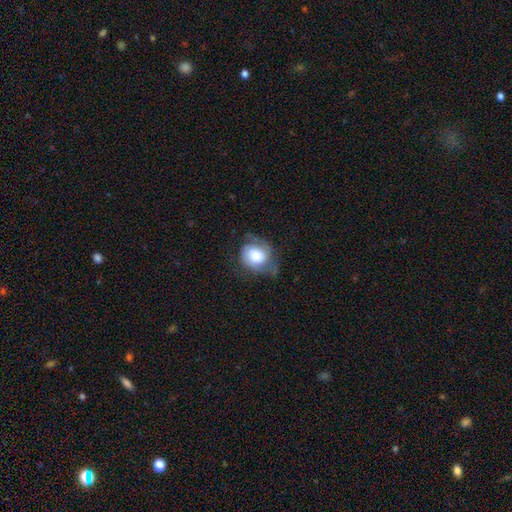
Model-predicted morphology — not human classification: This is possibly a featured or disk galaxy (48%). Merging: possibly none (48%).